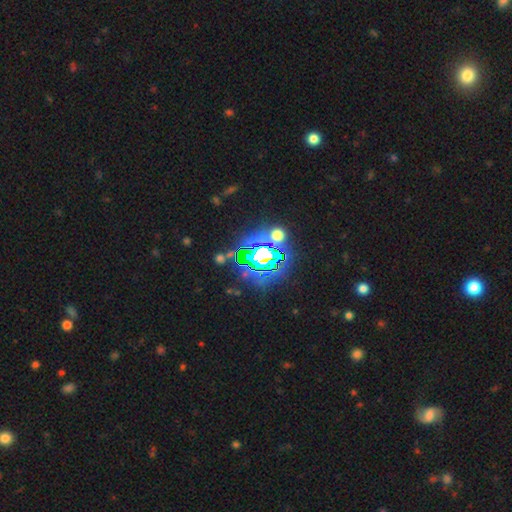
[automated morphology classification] Overall: star or artifact (76%).